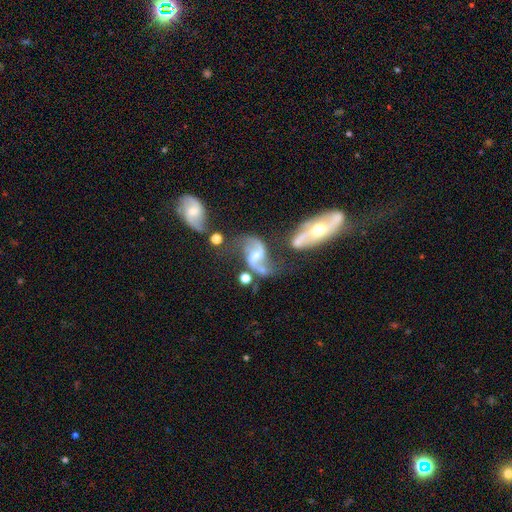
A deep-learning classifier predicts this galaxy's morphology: Q: Smooth or featured?
A: featured or disk (87%); runner-up: smooth (7%)
Q: Edge-on disk?
A: no (97%); runner-up: yes (3%)
Q: Bar?
A: weak (50%); runner-up: no (28%)
Q: Spiral arms?
A: yes (95%); runner-up: no (5%)
Q: Spiral winding?
A: loose (71%); runner-up: medium (24%)
Q: Spiral arm count?
A: 2 (93%); runner-up: can't tell (2%)
Q: Bulge size?
A: moderate (47%); runner-up: small (39%)
Q: Merging?
A: none (42%); runner-up: merger (28%)